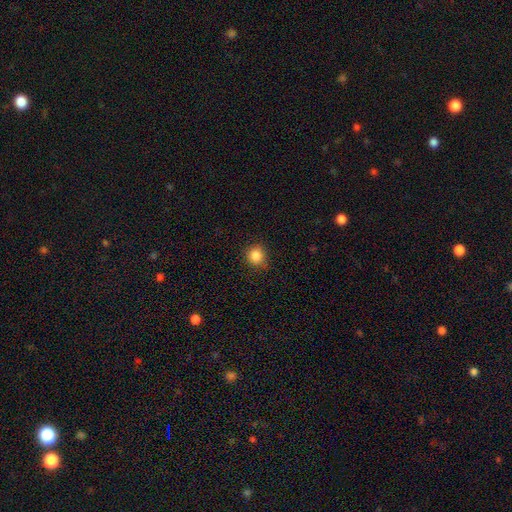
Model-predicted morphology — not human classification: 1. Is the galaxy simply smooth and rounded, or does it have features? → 85% smooth, 11% star or artifact, 4% featured or disk.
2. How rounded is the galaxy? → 90% round, 9% in between, 1% cigar-shaped.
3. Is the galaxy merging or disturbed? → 88% none, 9% minor disturbance, 2% major disturbance, 1% merger.